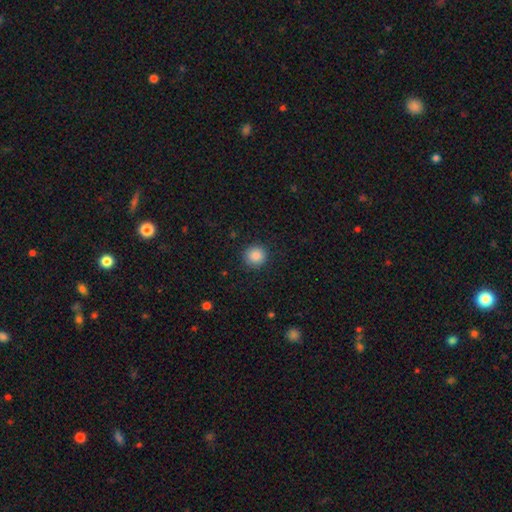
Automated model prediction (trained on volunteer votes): A smooth galaxy with no disk features (88%) that is round (93%).

Vote fractions:
- Smooth or featured? smooth: 88% / star or artifact: 9% / featured or disk: 3%
- How rounded? round: 93% / in between: 6% / cigar-shaped: 1%
- Merging? none: 90% / minor disturbance: 7% / major disturbance: 2% / merger: 1%